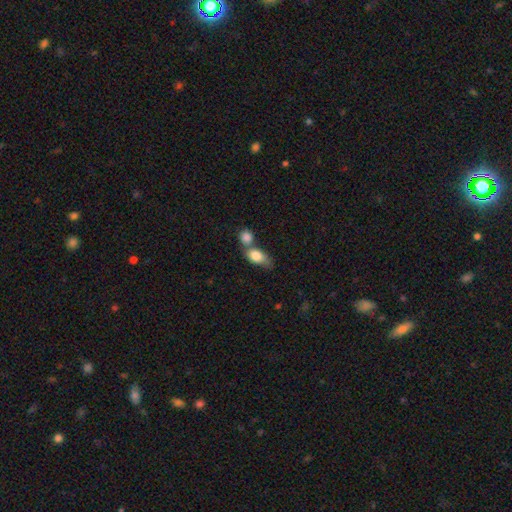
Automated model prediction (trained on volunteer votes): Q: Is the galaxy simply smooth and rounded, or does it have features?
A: smooth — 82%.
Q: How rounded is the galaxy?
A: in between — 79%.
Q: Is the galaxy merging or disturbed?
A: merger — 61%.